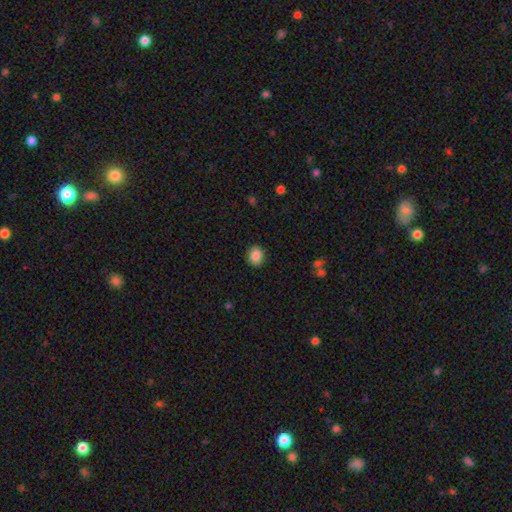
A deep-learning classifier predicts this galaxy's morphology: This appears to be a smooth galaxy with no disk features (86%) that is round (61%). Merging: none (89%).